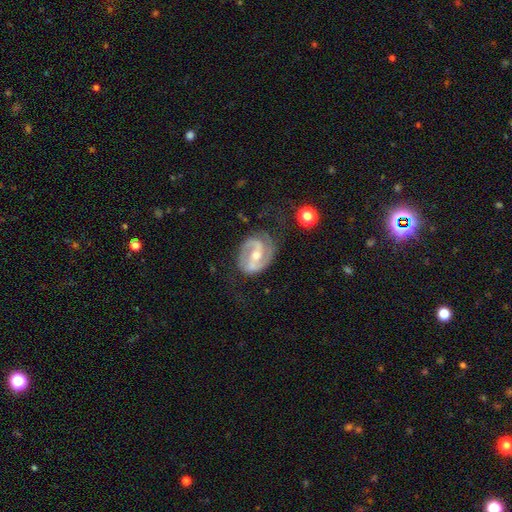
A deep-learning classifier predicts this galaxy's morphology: Smooth or featured? Predicted: featured or disk (p=0.89). Edge-on disk? Predicted: no (p=0.98). Bar? Predicted: weak (p=0.44). Spiral arms? Predicted: yes (p=0.96). Spiral winding? Predicted: medium (p=0.52). Spiral arm count? Predicted: 2 (p=0.89). Bulge size? Predicted: moderate (p=0.62). Merging? Predicted: none (p=0.67).